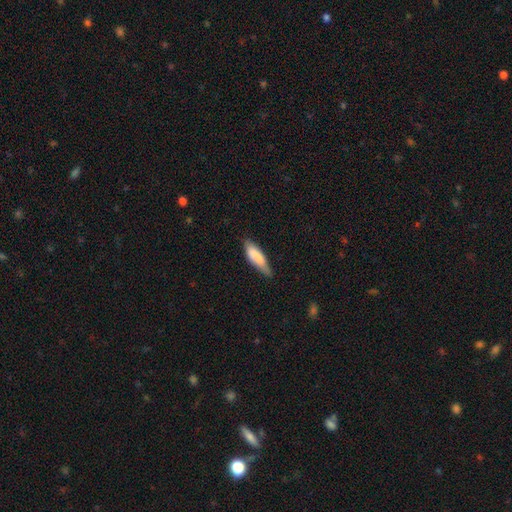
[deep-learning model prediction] A smooth galaxy with no disk features (79%) that is cigar-shaped (50%). Merging: none (61%).